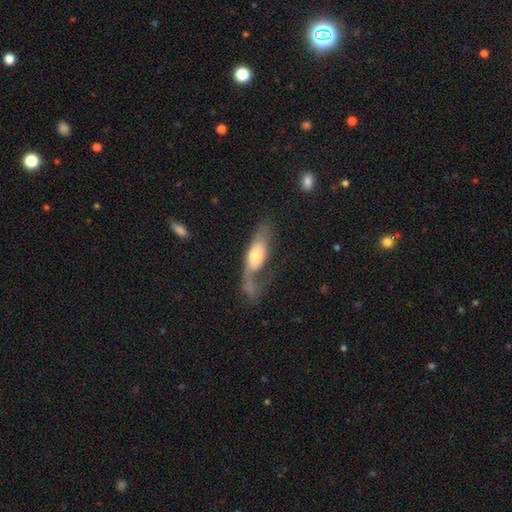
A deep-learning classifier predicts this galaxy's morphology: Q: Smooth or featured?
A: smooth (49%); runner-up: featured or disk (45%)
Q: Merging?
A: major disturbance (42%); runner-up: none (29%)